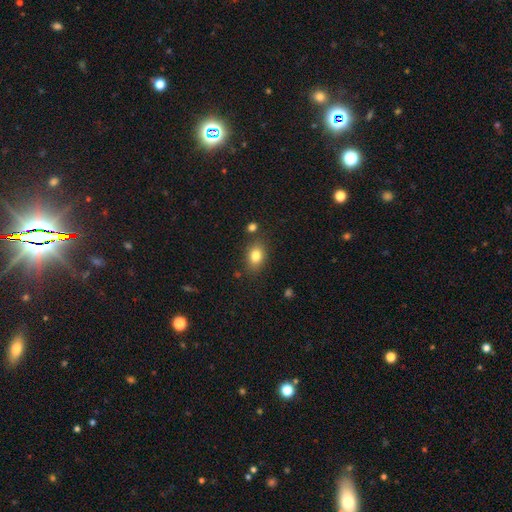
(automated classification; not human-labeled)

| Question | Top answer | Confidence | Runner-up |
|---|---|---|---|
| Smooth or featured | smooth | 82% | star or artifact (10%) |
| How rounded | in between | 77% | round (22%) |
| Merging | none | 79% | minor disturbance (13%) |